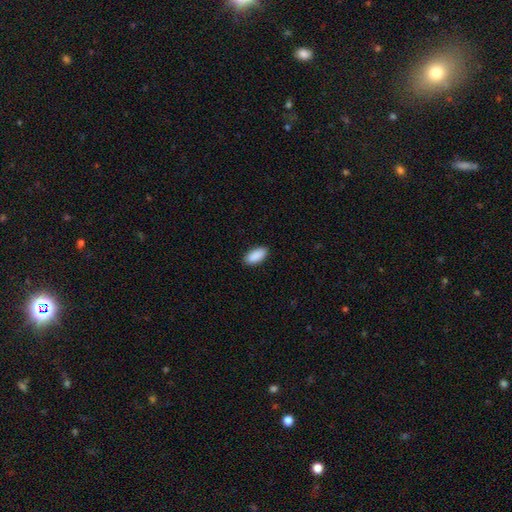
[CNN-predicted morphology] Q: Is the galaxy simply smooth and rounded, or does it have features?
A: smooth — 91%.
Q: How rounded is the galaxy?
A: in between — 92%.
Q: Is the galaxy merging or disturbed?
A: none — 89%.